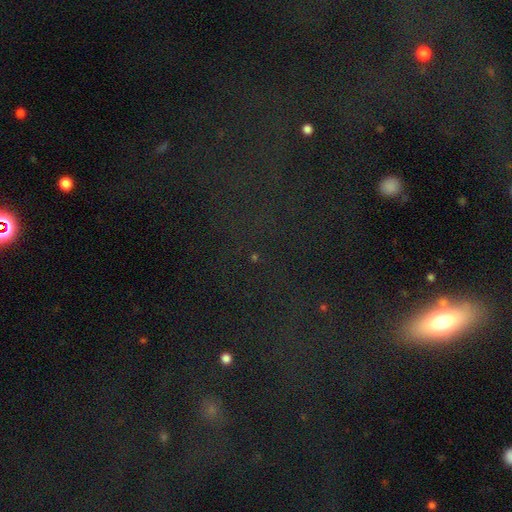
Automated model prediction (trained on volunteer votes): Morphology: type=star or artifact (41%).